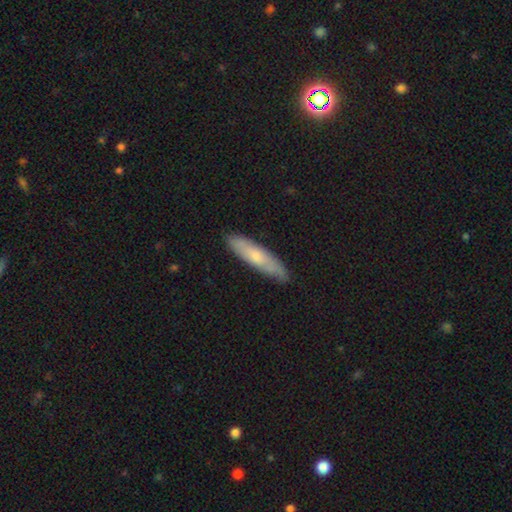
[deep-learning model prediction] Smooth or featured: smooth — 62% (featured or disk — 32%)
How rounded: cigar-shaped — 78% (in between — 20%)
Merging: none — 81% (minor disturbance — 15%)